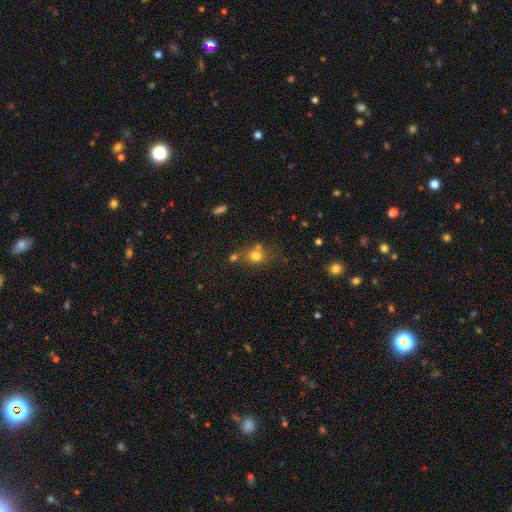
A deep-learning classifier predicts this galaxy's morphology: This is likely a smooth galaxy (74%). How rounded: likely round (72%). Merging: possibly none (56%).